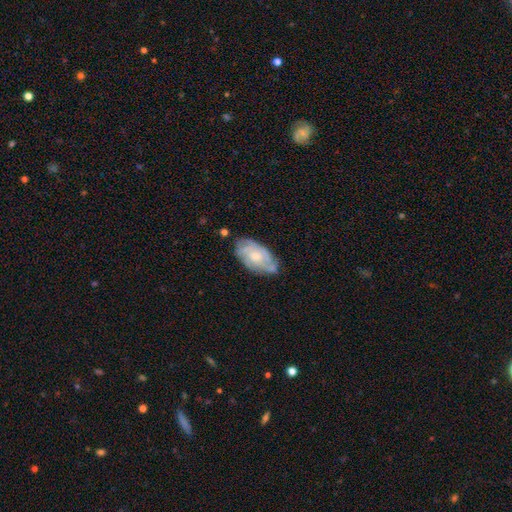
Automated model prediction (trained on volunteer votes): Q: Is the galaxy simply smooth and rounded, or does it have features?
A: featured or disk — 71%.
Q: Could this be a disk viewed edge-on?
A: no — 95%.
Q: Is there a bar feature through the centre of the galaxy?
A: no — 73%.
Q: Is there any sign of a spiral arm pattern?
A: yes — 87%.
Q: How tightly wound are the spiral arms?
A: tight — 57%.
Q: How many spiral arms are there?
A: can't tell — 39%.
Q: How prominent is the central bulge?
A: moderate — 48%.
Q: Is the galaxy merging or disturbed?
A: none — 67%.